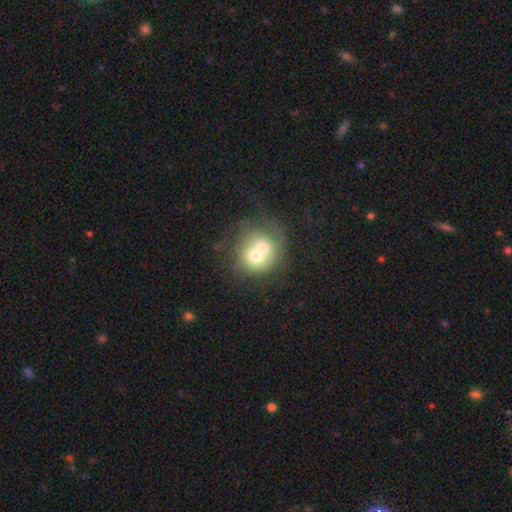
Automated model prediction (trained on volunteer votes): Overall: smooth (59%; featured or disk 31%). How rounded: round (76%). Merging: merger (69%).